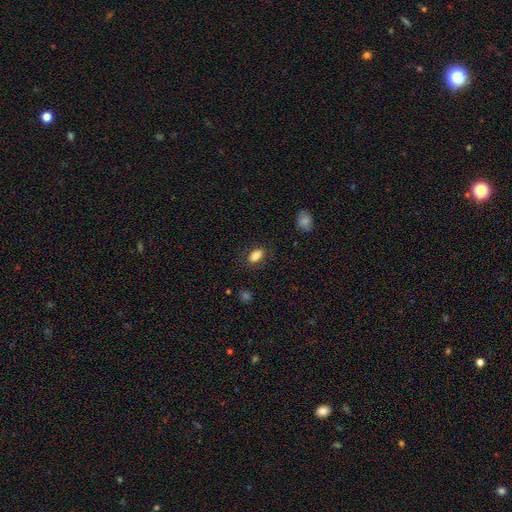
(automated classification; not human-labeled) A smooth galaxy with no disk features (85%) that is in between round and cigar-shaped (89%). Merging: none (81%).